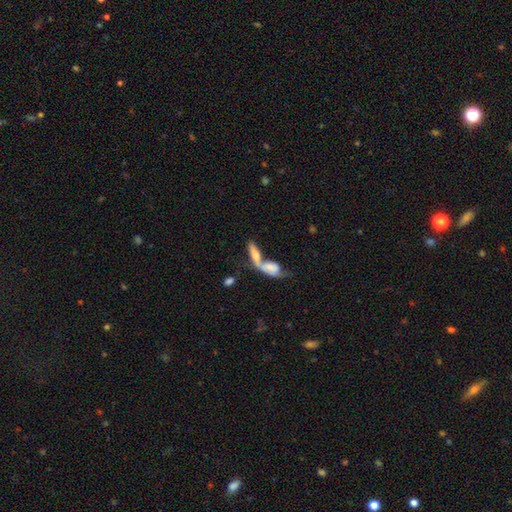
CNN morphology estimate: This appears to be a smooth galaxy with no disk features (52%) that is in between round and cigar-shaped (55%). Merging: merger (58%).